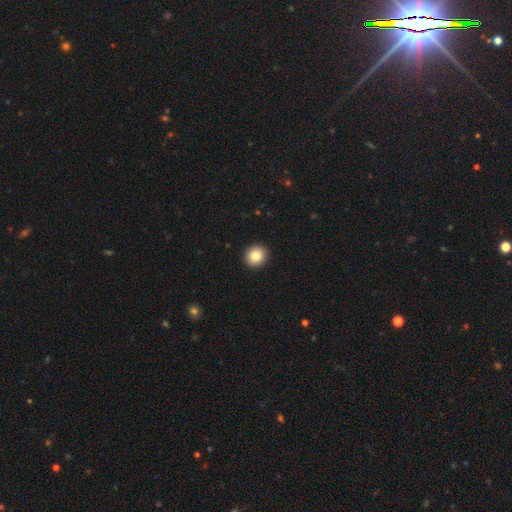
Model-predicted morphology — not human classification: Smooth or featured?
  - smooth: 83% *
  - star or artifact: 9%
  - featured or disk: 8%
How rounded?
  - round: 89% *
  - in between: 10%
  - cigar-shaped: 1%
Merging?
  - none: 93% *
  - minor disturbance: 4%
  - major disturbance: 1%
  - merger: 1%